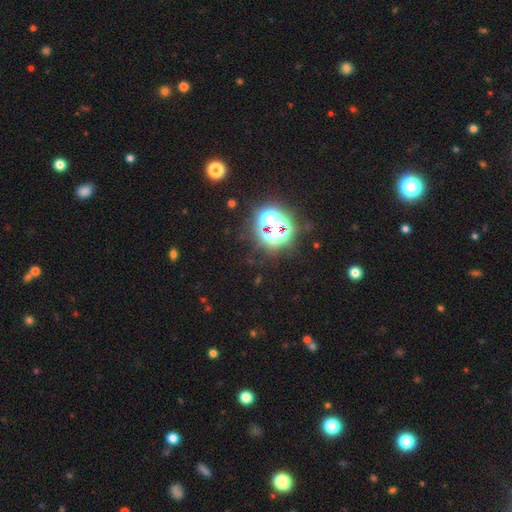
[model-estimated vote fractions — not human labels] This appears to be a star or artifact, not a galaxy (78%).